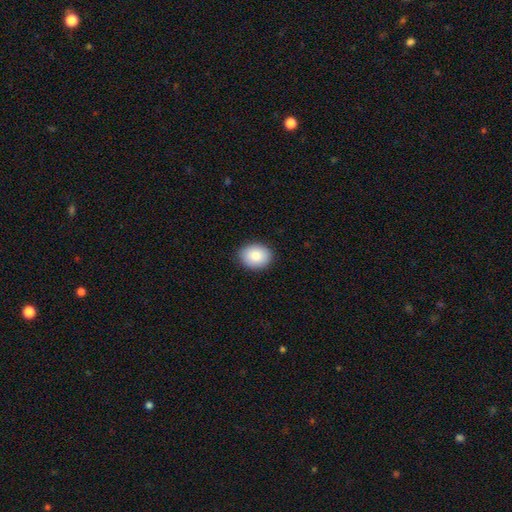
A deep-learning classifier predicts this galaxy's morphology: smooth-or-featured: smooth: 87% | star or artifact: 7% | featured or disk: 6%
  how-rounded: round: 53% | in between: 46% | cigar-shaped: 1%
  merging: none: 88% | minor disturbance: 9% | major disturbance: 2% | merger: 1%